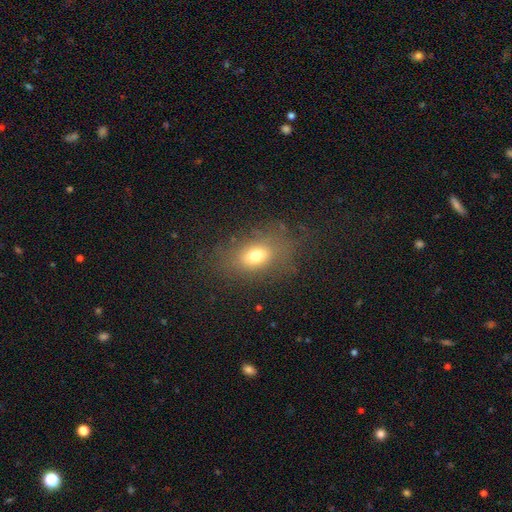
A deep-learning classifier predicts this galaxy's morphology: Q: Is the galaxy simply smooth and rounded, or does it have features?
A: smooth — 69%.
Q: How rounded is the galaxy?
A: in between — 73%.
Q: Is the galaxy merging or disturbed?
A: none — 69%.